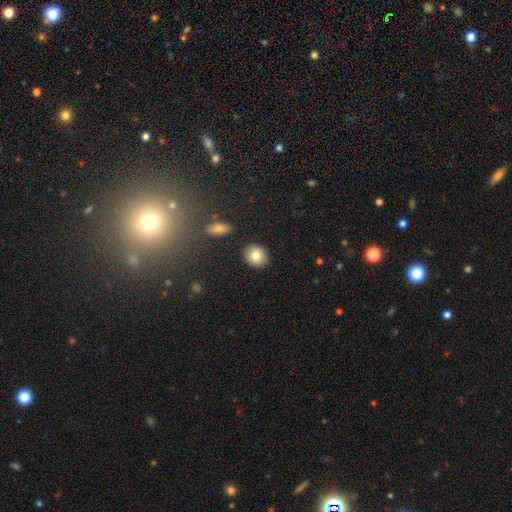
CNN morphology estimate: Smooth or featured? smooth (81%)
How rounded? round (72%)
Merging? none (90%)